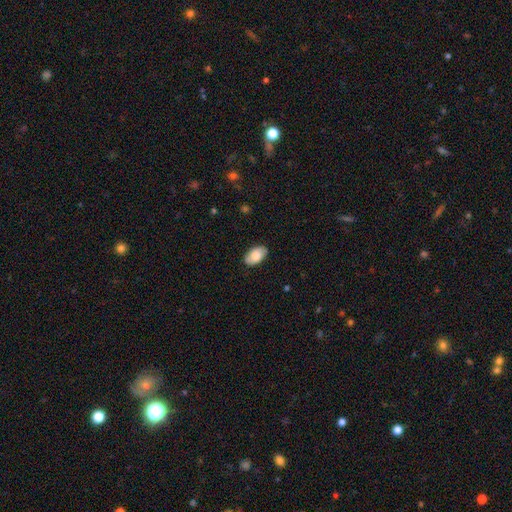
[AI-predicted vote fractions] Smooth or featured? smooth (73%)
How rounded? in between (94%)
Merging? none (85%)